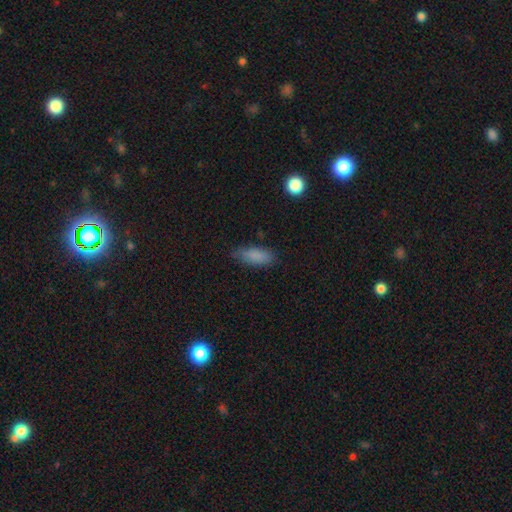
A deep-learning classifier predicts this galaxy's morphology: A smooth galaxy with no disk features (85%) that is in between round and cigar-shaped (76%).

Vote fractions:
- Smooth or featured? smooth: 85% / star or artifact: 9% / featured or disk: 7%
- How rounded? in between: 76% / cigar-shaped: 21% / round: 3%
- Merging? none: 73% / minor disturbance: 21% / major disturbance: 4% / merger: 1%